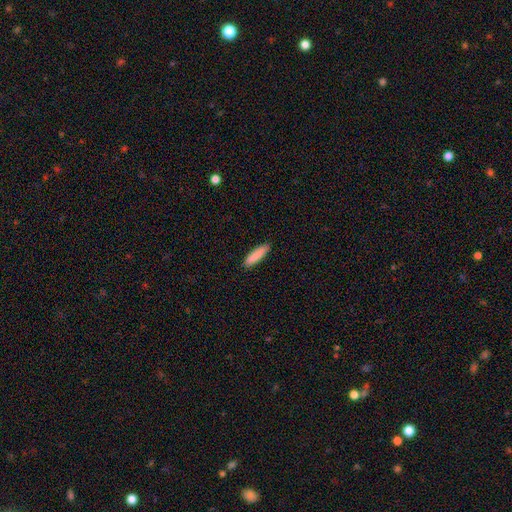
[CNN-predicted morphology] This is clearly a smooth galaxy (88%). How rounded: likely cigar-shaped (72%). Merging: clearly none (89%).